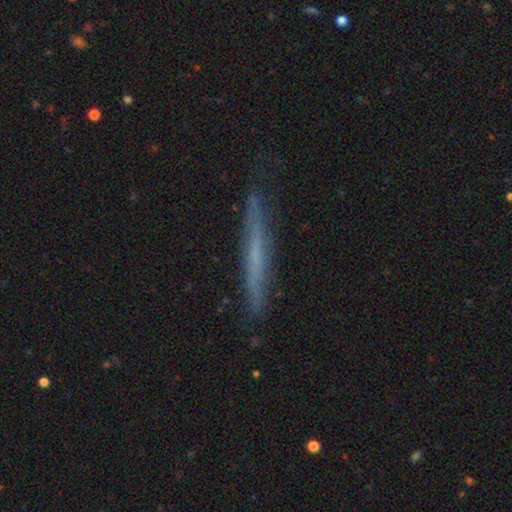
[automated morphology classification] This is possibly a featured or disk galaxy (52%). It is clearly viewed edge-on (94%). Merging: clearly none (86%).